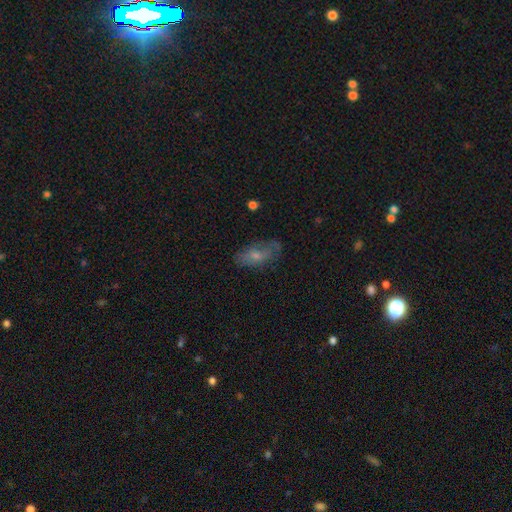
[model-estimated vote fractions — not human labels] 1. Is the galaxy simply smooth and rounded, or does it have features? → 62% smooth, 30% featured or disk, 8% star or artifact.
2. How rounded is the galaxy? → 86% in between, 10% cigar-shaped, 4% round.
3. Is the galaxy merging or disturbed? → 60% none, 26% minor disturbance, 12% major disturbance, 2% merger.